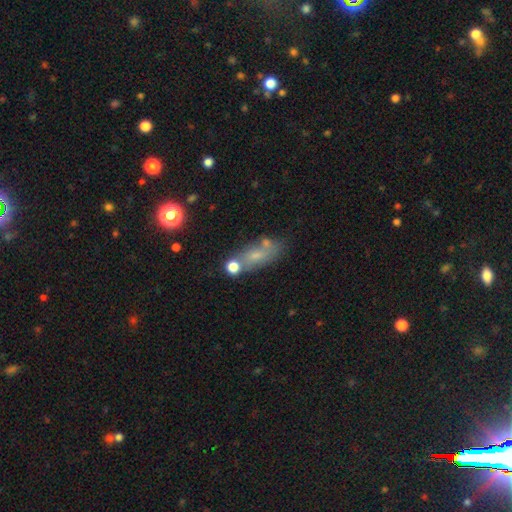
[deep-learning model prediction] Smooth or featured?
  - smooth: 57% *
  - featured or disk: 26%
  - star or artifact: 17%
How rounded?
  - in between: 68% *
  - cigar-shaped: 20%
  - round: 11%
Merging?
  - none: 55% *
  - minor disturbance: 18%
  - merger: 17%
  - major disturbance: 10%